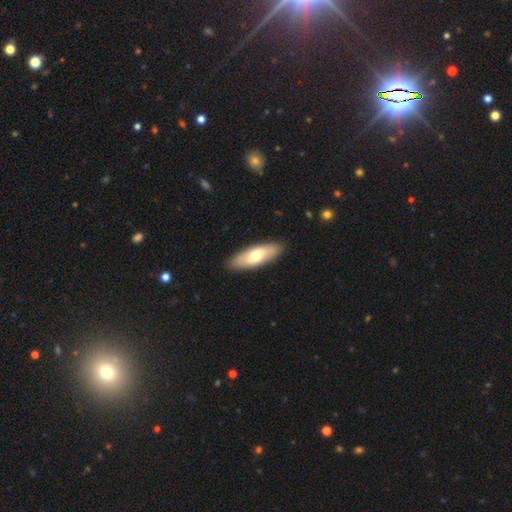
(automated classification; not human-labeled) smooth-or-featured: smooth: 65% | featured or disk: 30% | star or artifact: 5%
  how-rounded: in between: 61% | cigar-shaped: 36% | round: 2%
  merging: none: 90% | minor disturbance: 8% | major disturbance: 2% | merger: 1%